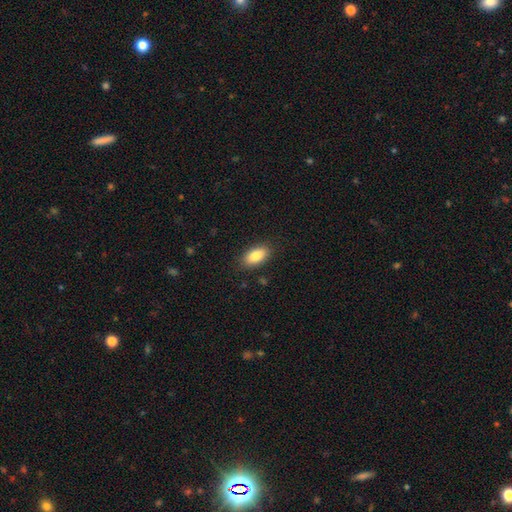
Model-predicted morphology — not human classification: smooth-or-featured: smooth: 84% | featured or disk: 9% | star or artifact: 7%
  how-rounded: in between: 90% | cigar-shaped: 5% | round: 4%
  merging: none: 87% | minor disturbance: 10% | major disturbance: 2% | merger: 1%